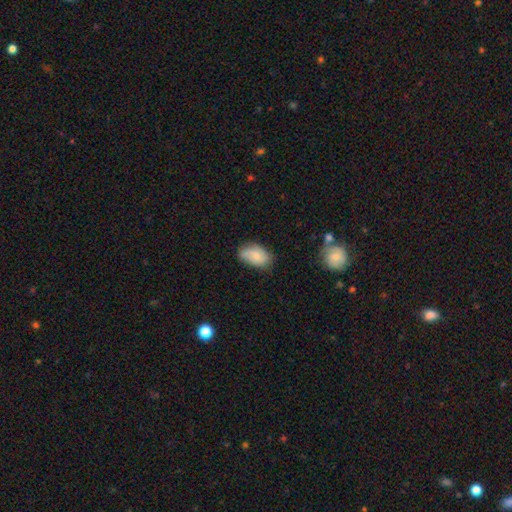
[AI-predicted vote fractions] Smooth or featured?
  - smooth: 73% *
  - featured or disk: 20%
  - star or artifact: 7%
How rounded?
  - in between: 91% *
  - round: 7%
  - cigar-shaped: 2%
Merging?
  - none: 62% *
  - minor disturbance: 29%
  - major disturbance: 6%
  - merger: 2%